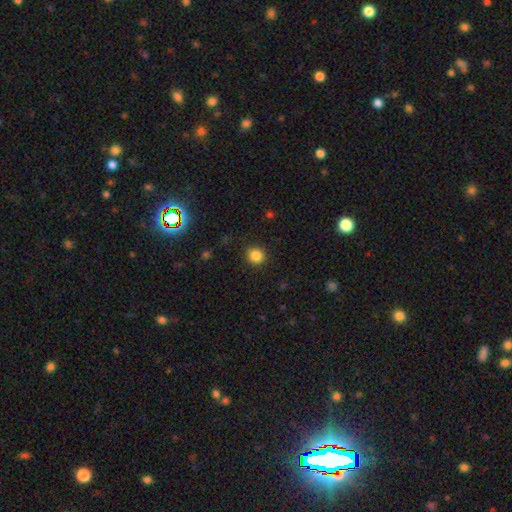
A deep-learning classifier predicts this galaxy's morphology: A smooth galaxy with no disk features (85%) that is round (90%). Merging: none (91%).